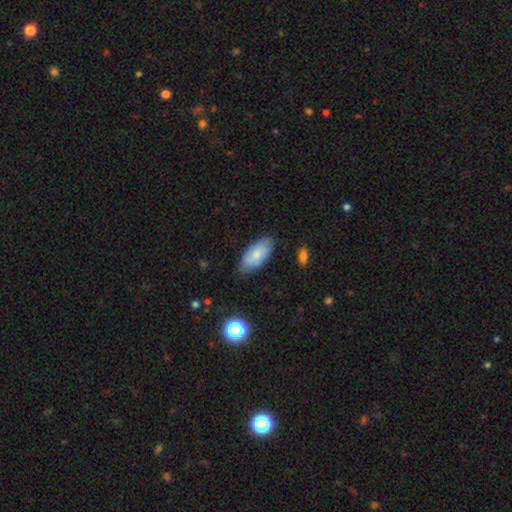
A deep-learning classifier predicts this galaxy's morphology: This is likely a smooth galaxy (76%). How rounded: clearly in between (92%). Merging: likely none (79%).